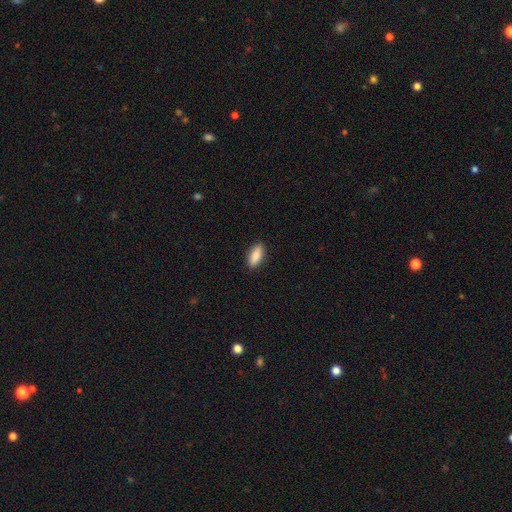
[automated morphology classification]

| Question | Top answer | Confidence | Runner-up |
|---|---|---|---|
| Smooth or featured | smooth | 88% | star or artifact (6%) |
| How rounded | in between | 81% | cigar-shaped (17%) |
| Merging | none | 90% | minor disturbance (8%) |